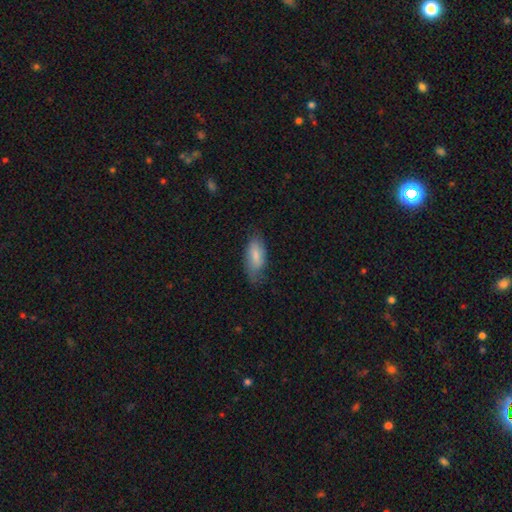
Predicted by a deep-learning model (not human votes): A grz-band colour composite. It shows a smooth galaxy with no disk features (75%) that is in between round and cigar-shaped (84%). Merging: none (63%).